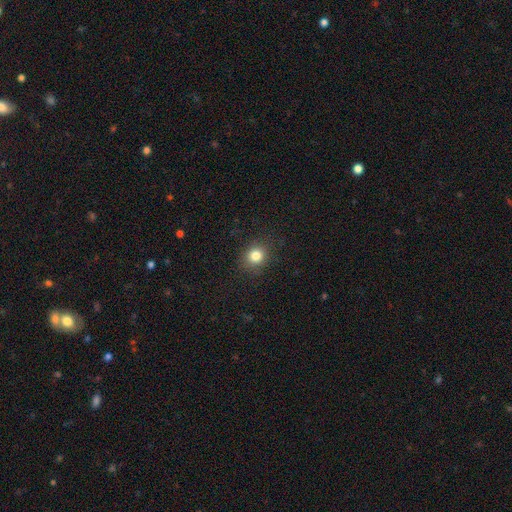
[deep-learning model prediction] Q: Smooth or featured?
A: smooth (82%); runner-up: star or artifact (12%)
Q: How rounded?
A: round (76%); runner-up: in between (23%)
Q: Merging?
A: none (87%); runner-up: minor disturbance (9%)